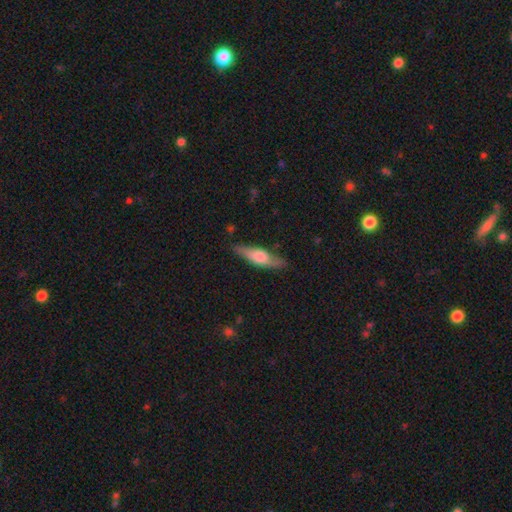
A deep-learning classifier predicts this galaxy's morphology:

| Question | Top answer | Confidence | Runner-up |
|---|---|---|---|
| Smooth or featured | featured or disk | 54% | smooth (41%) |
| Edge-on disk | yes | 88% | no (12%) |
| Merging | none | 83% | minor disturbance (13%) |